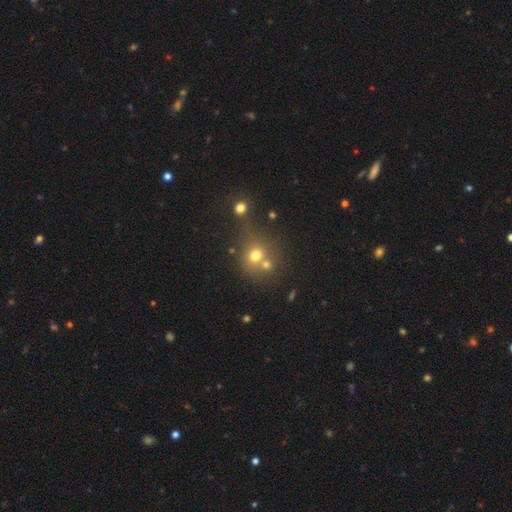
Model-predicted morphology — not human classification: Overall: smooth (67%). How rounded: round (82%). Merging: none (48%; merger 36%).